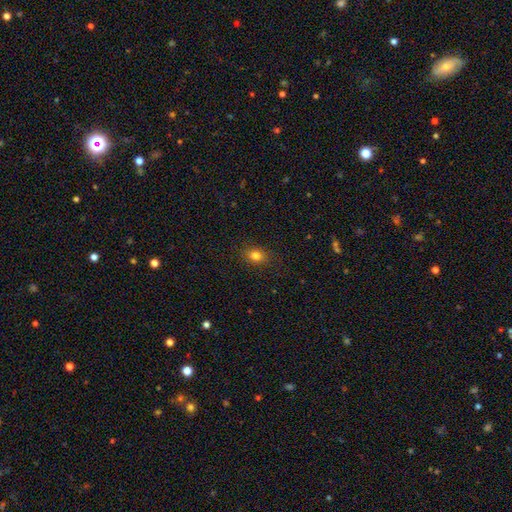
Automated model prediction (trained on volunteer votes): This appears to be a smooth galaxy with no disk features (81%) that is in between round and cigar-shaped (55%). Merging: none (87%).